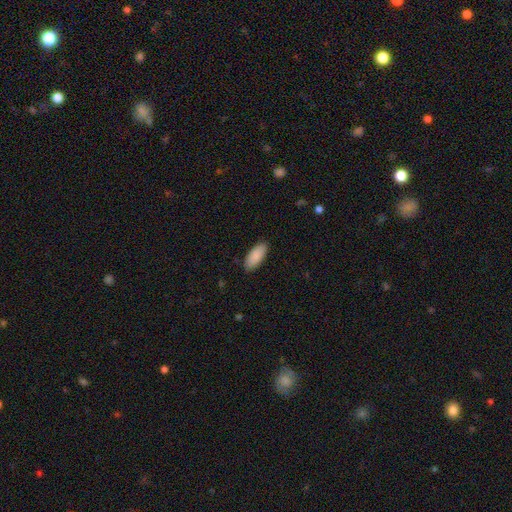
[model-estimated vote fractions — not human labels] A smooth galaxy with no disk features (89%) that is in between round and cigar-shaped (87%). Merging: none (89%).